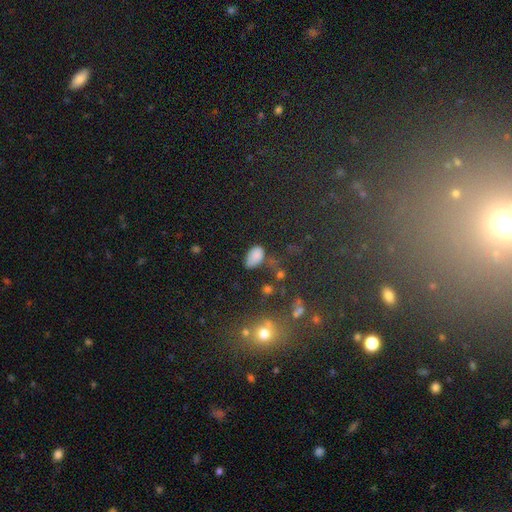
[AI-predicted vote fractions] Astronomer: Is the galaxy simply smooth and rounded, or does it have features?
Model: smooth — 77%.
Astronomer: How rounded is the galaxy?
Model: in between — 92%.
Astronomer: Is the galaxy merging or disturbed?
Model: none — 52% (runner-up: minor disturbance, 29%).